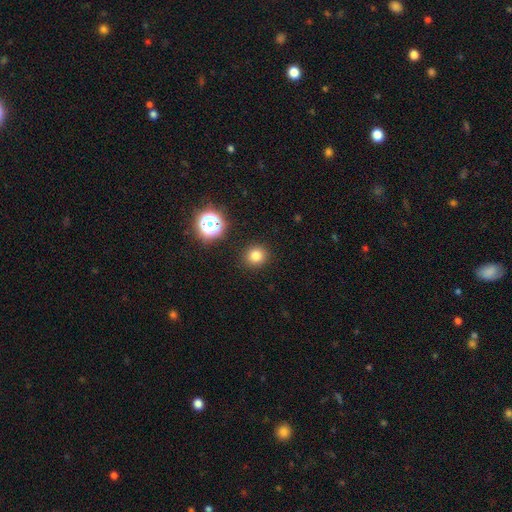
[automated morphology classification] type=smooth (78%); roundness=round (92%); merging=none (91%).